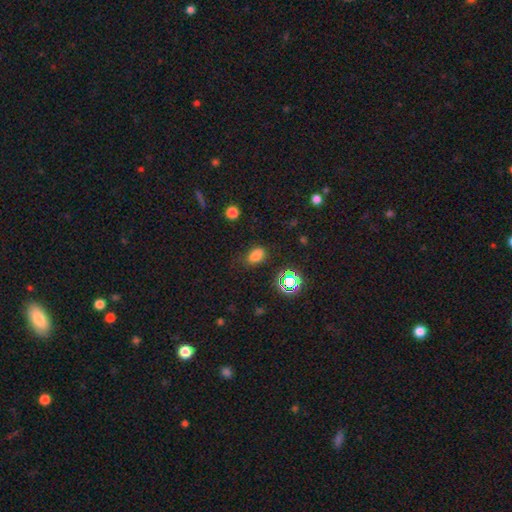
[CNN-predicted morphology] A smooth galaxy with no disk features (72%) that is in between round and cigar-shaped (83%).

Vote fractions:
- Smooth or featured? smooth: 72% / star or artifact: 22% / featured or disk: 6%
- How rounded? in between: 83% / round: 15% / cigar-shaped: 3%
- Merging? none: 71% / minor disturbance: 19% / major disturbance: 6% / merger: 3%